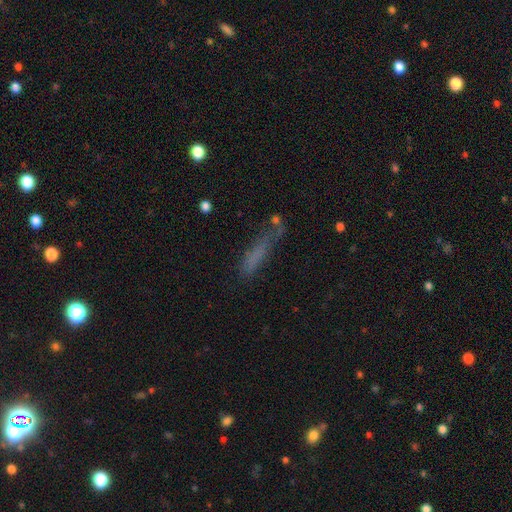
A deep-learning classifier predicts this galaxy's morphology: This appears to be a smooth galaxy with no disk features (64%) that is cigar-shaped (79%). Merging: none (50%).